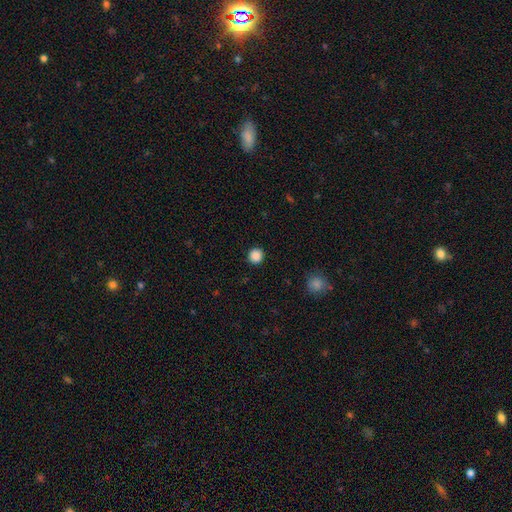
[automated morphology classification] Q: Smooth or featured?
A: smooth (88%); runner-up: star or artifact (10%)
Q: How rounded?
A: round (92%); runner-up: in between (7%)
Q: Merging?
A: none (92%); runner-up: minor disturbance (5%)